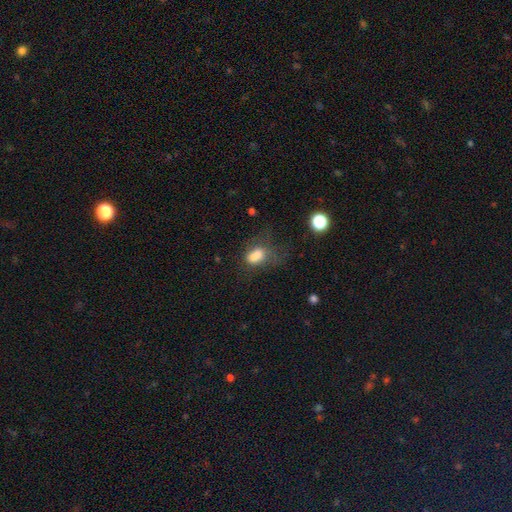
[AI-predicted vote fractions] Q: Smooth or featured?
A: smooth (69%); runner-up: featured or disk (18%)
Q: How rounded?
A: in between (71%); runner-up: round (27%)
Q: Merging?
A: merger (35%); runner-up: none (25%)